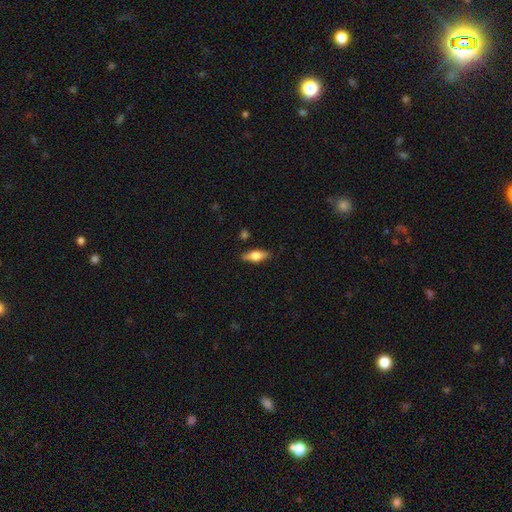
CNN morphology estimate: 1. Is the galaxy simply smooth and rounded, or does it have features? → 61% smooth, 32% featured or disk, 7% star or artifact.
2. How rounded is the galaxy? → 66% in between, 31% cigar-shaped, 3% round.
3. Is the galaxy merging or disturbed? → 84% none, 12% minor disturbance, 2% major disturbance, 2% merger.